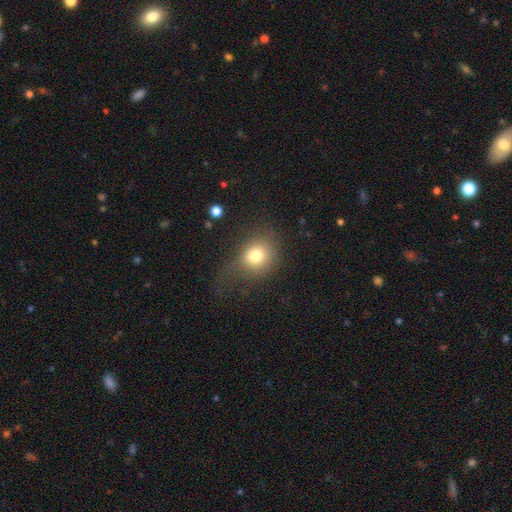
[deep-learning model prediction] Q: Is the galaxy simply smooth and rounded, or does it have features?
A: smooth — 77%.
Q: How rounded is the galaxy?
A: round — 64%.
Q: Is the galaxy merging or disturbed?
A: none — 50%.